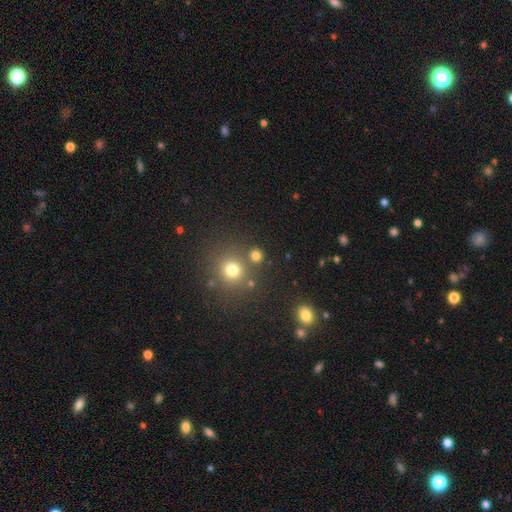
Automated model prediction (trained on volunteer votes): This appears to be a smooth galaxy with no disk features (74%) that is round (87%). Merging: none (76%).